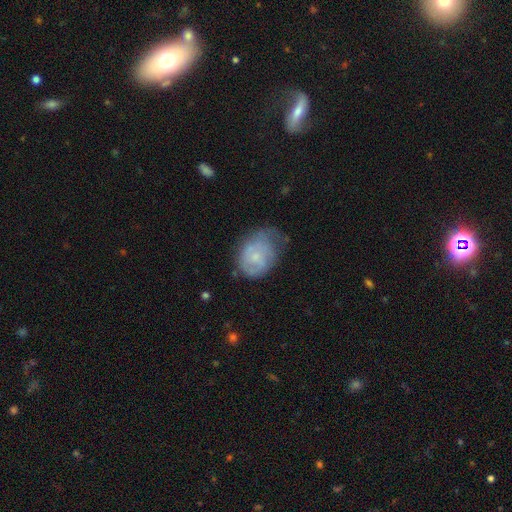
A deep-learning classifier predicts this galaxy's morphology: This appears to be a smooth galaxy with no disk features (49%). Merging: minor disturbance (38%).